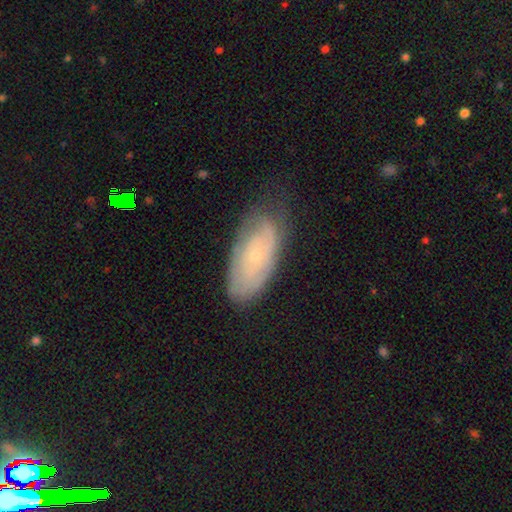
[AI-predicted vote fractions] smooth_or_featured: featured or disk (p=0.57) [alt: smooth p=0.36]
disk_edge_on: no (p=0.91) [alt: yes p=0.09]
bar: no (p=0.83) [alt: weak p=0.14]
has_spiral_arms: yes (p=0.73) [alt: no p=0.27]
bulge_size: small (p=0.81) [alt: moderate p=0.14]
merging: none (p=0.67) [alt: minor disturbance p=0.25]